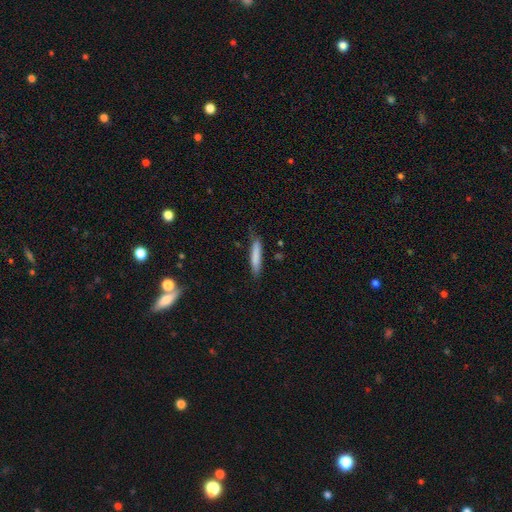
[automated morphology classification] Overall: smooth (80%). How rounded: cigar-shaped (91%). Merging: none (77%).